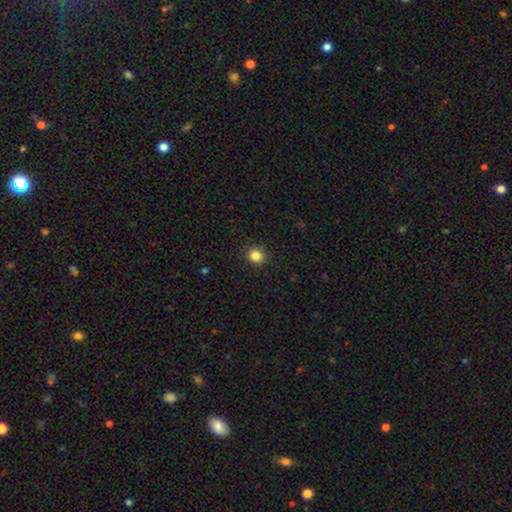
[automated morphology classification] Smooth or featured? Predicted: smooth (p=0.84). How rounded? Predicted: round (p=0.90). Merging? Predicted: none (p=0.91).